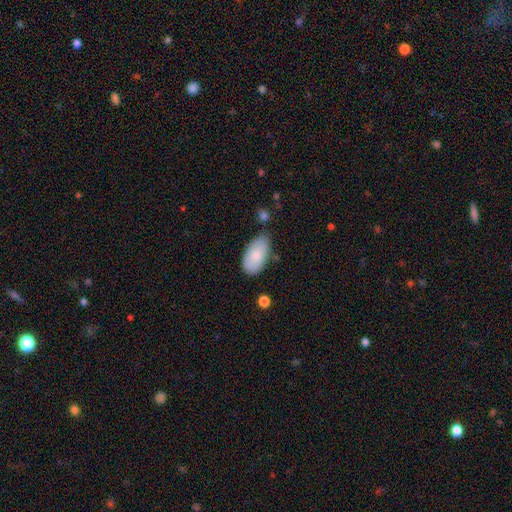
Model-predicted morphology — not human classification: This is clearly a smooth galaxy (80%). How rounded: clearly in between (95%). Merging: likely none (68%).